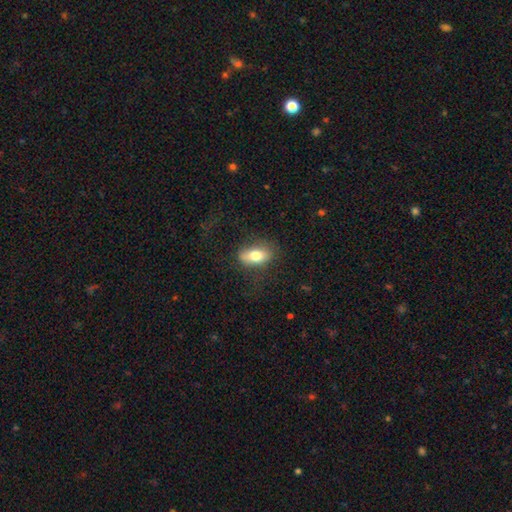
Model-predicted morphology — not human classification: Smooth or featured?
  - smooth: 75% *
  - featured or disk: 17%
  - star or artifact: 8%
How rounded?
  - in between: 88% *
  - round: 7%
  - cigar-shaped: 6%
Merging?
  - none: 71% *
  - minor disturbance: 19%
  - major disturbance: 9%
  - merger: 1%